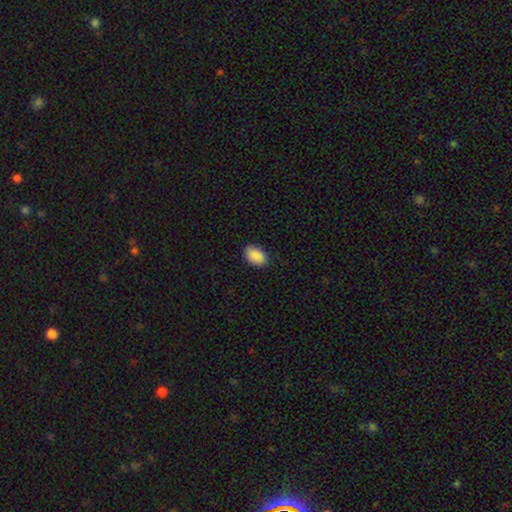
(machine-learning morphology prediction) Smooth or featured? smooth (90%)
How rounded? in between (85%)
Merging? none (86%)